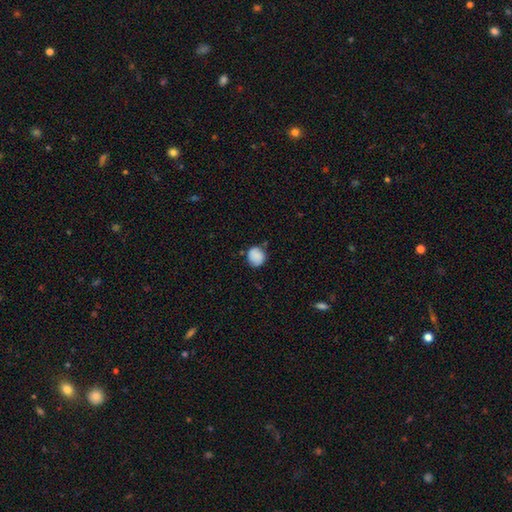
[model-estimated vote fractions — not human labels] Morphology: type=smooth (81%); roundness=round (80%); merging=none (73%).